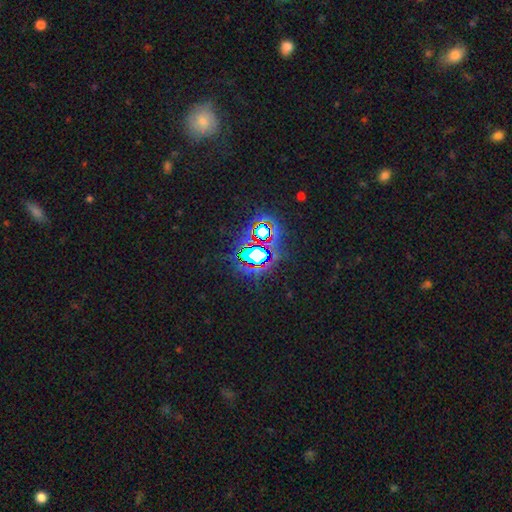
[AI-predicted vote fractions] Smooth or featured? star or artifact (77%)